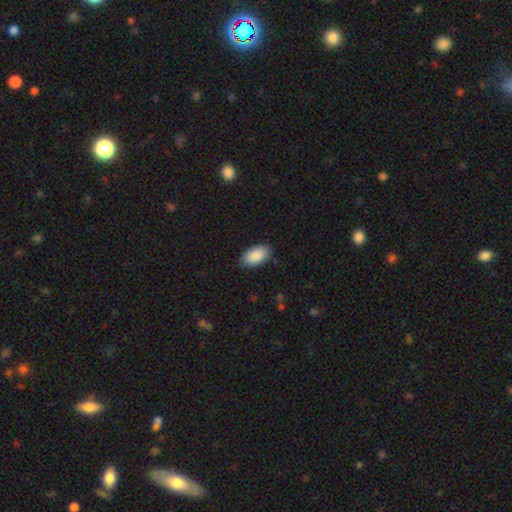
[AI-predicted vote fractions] This appears to be a smooth galaxy with no disk features (90%) that is in between round and cigar-shaped (95%). Merging: none (85%).